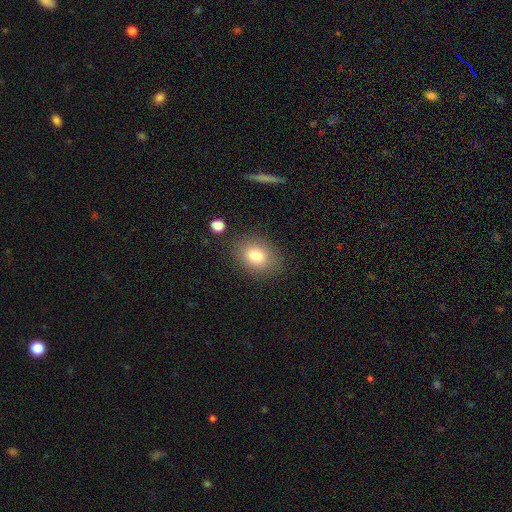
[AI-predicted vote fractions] Smooth or featured?
  - smooth: 80% *
  - star or artifact: 10%
  - featured or disk: 10%
How rounded?
  - in between: 62% *
  - round: 37%
  - cigar-shaped: 1%
Merging?
  - none: 83% *
  - minor disturbance: 11%
  - major disturbance: 4%
  - merger: 2%